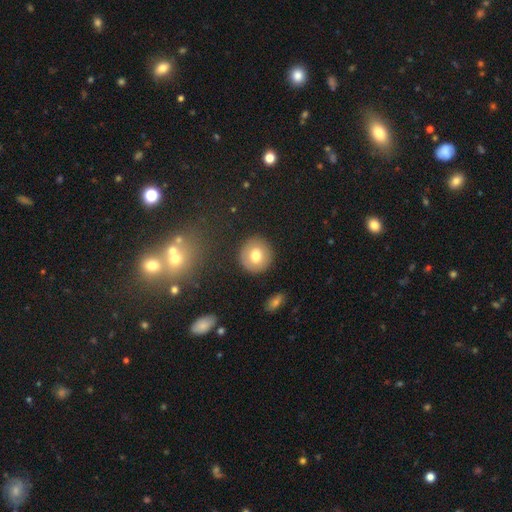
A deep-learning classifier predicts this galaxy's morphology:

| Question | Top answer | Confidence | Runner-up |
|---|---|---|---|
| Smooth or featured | smooth | 73% | featured or disk (19%) |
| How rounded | round | 91% | in between (8%) |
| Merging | none | 89% | minor disturbance (7%) |